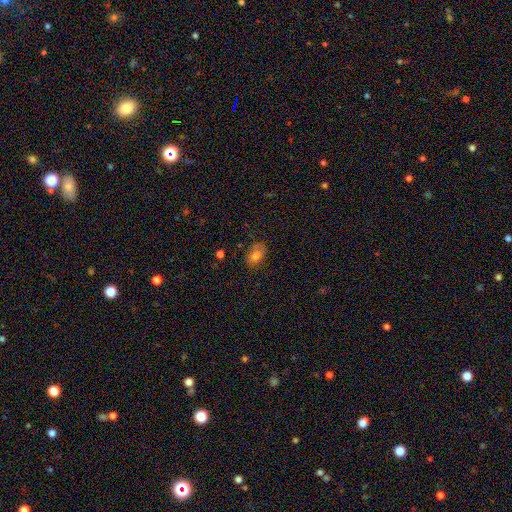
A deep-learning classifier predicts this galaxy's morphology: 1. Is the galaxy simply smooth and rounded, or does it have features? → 75% smooth, 14% featured or disk, 11% star or artifact.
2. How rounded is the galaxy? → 82% in between, 16% round, 2% cigar-shaped.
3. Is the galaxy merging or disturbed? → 71% none, 21% minor disturbance, 6% major disturbance, 2% merger.